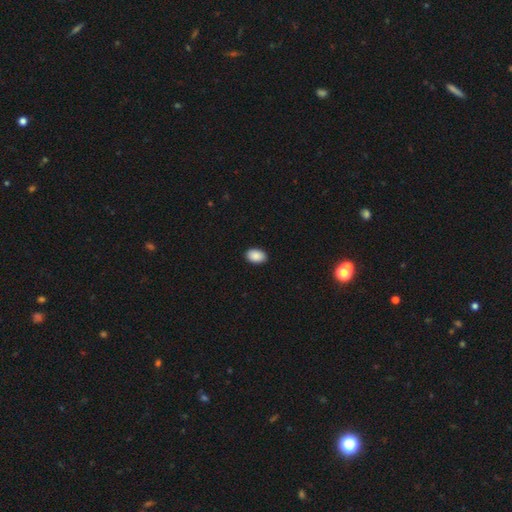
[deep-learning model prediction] A smooth galaxy with no disk features (90%) that is in between round and cigar-shaped (88%). Merging: none (91%).